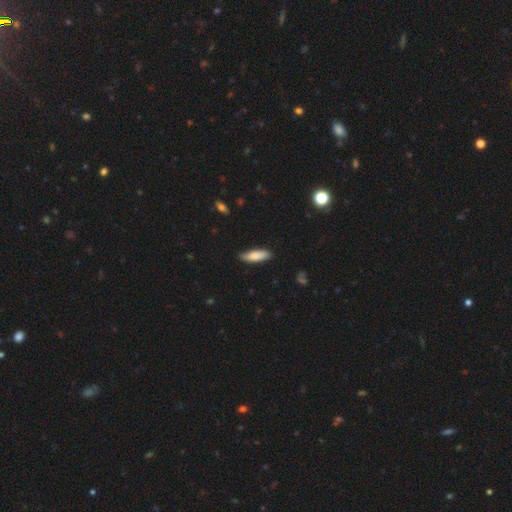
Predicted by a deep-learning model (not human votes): This is clearly a smooth galaxy (83%). How rounded: possibly in between (52%). Merging: clearly none (80%).